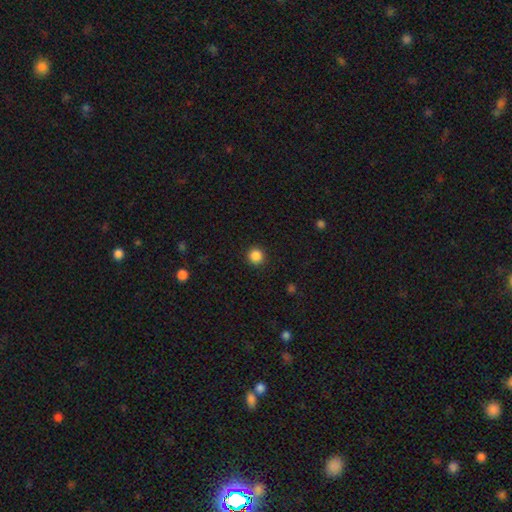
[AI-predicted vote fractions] smooth 87%, star or artifact 11%, featured or disk 3%. Down the decision tree: how rounded — round (95%); merging — none (92%).